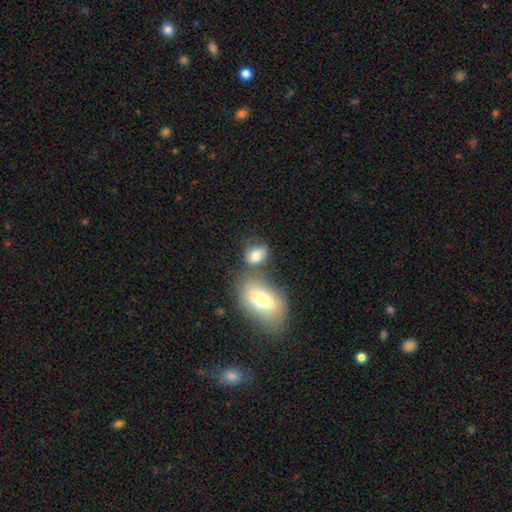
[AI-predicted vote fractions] Smooth or featured? smooth (79%)
How rounded? in between (73%)
Merging? none (48%)